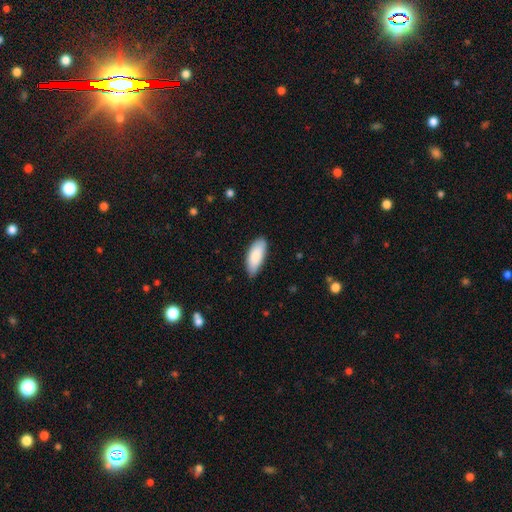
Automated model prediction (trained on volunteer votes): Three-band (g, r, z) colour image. It shows a smooth galaxy with no disk features (86%) that is in between round and cigar-shaped (82%). Merging: none (81%).